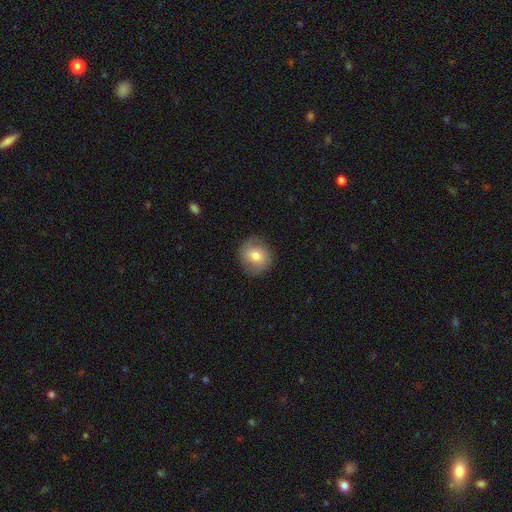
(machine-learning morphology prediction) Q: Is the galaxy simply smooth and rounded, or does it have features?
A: smooth — 67%.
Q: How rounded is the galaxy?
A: round — 84%.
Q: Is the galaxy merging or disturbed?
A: none — 82%.